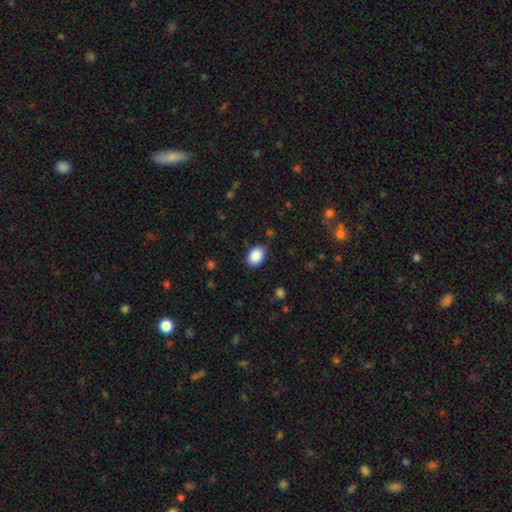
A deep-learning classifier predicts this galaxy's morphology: Smooth or featured: smooth — 89% (star or artifact — 8%)
How rounded: in between — 68% (round — 31%)
Merging: none — 82% (minor disturbance — 14%)